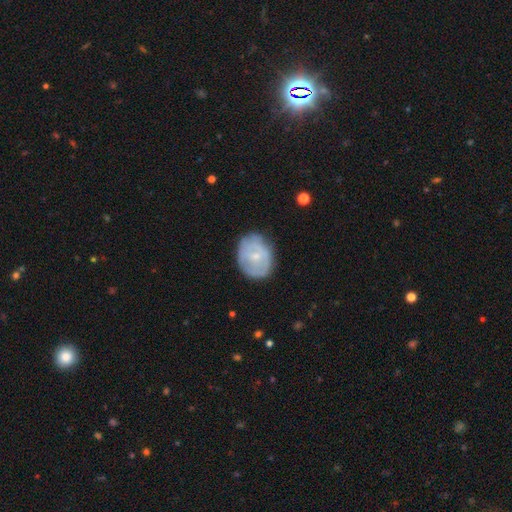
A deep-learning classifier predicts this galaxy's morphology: featured or disk 50%, smooth 44%, star or artifact 7%. Down the decision tree: merging — none (68%).